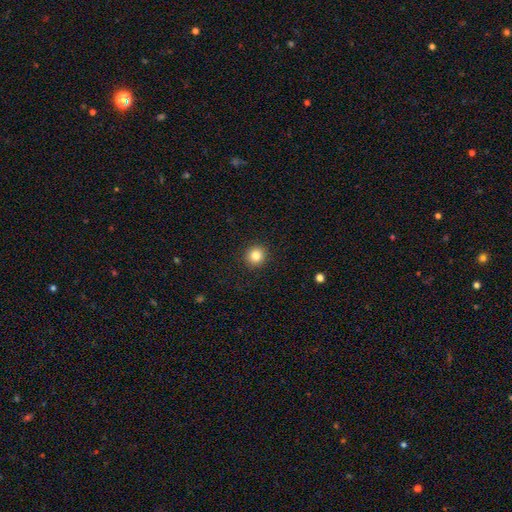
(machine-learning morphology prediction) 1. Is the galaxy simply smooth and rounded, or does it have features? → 84% smooth, 11% star or artifact, 6% featured or disk.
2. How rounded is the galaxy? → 90% round, 9% in between, 1% cigar-shaped.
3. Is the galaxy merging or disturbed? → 92% none, 5% minor disturbance, 2% major disturbance, 1% merger.